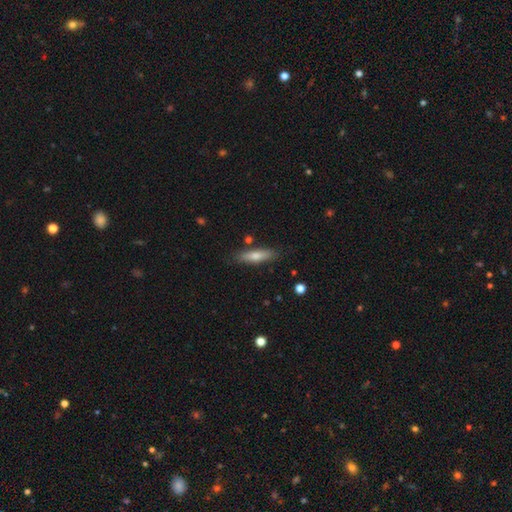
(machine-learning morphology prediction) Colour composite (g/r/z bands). It shows a smooth galaxy with no disk features (64%) that is cigar-shaped (69%). Merging: none (84%).